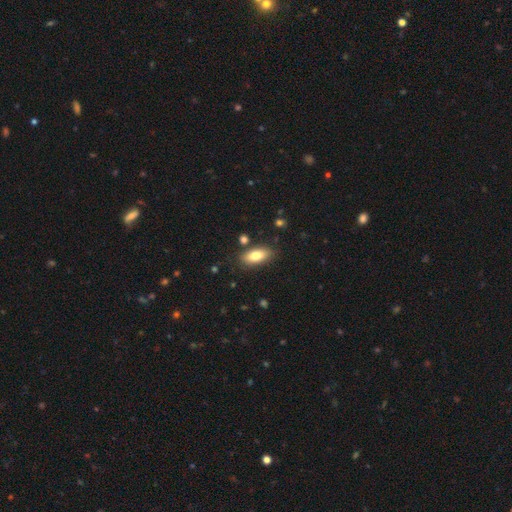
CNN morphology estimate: smooth_or_featured: smooth (p=0.80) [alt: featured or disk p=0.13]
how_rounded: in between (p=0.84) [alt: cigar-shaped p=0.13]
merging: none (p=0.84) [alt: minor disturbance p=0.10]